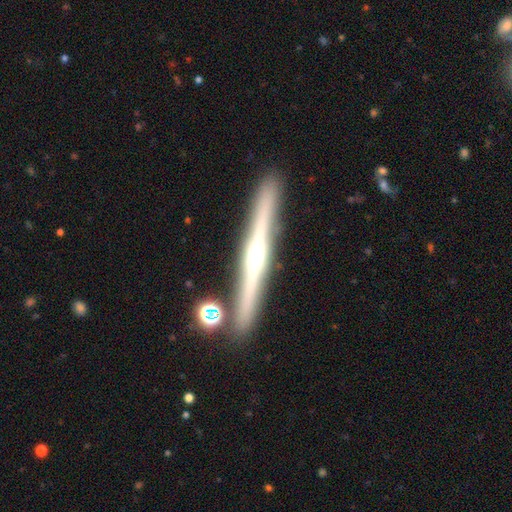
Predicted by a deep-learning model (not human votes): A featured or disk galaxy (79%) viewed edge-on (97%) with a rounded central bulge (81%).

Vote fractions:
- Smooth or featured? featured or disk: 79% / smooth: 15% / star or artifact: 7%
- Edge-on disk? yes: 97% / no: 3%
- Edge-on bulge? rounded: 81% / none: 13% / boxy: 6%
- Merging? none: 88% / minor disturbance: 7% / merger: 4% / major disturbance: 2%